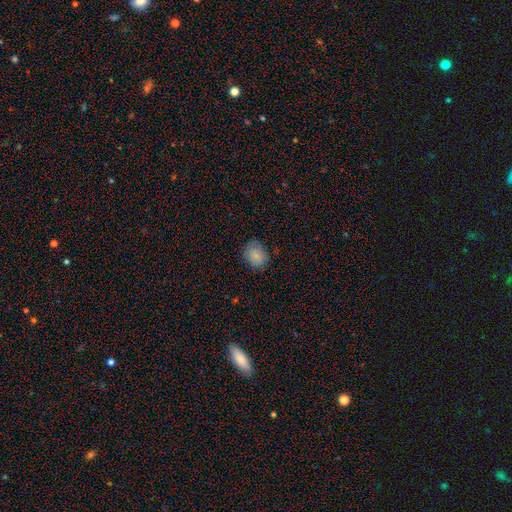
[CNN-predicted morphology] This is clearly a smooth galaxy (83%). How rounded: likely in between (60%). Merging: likely none (75%).